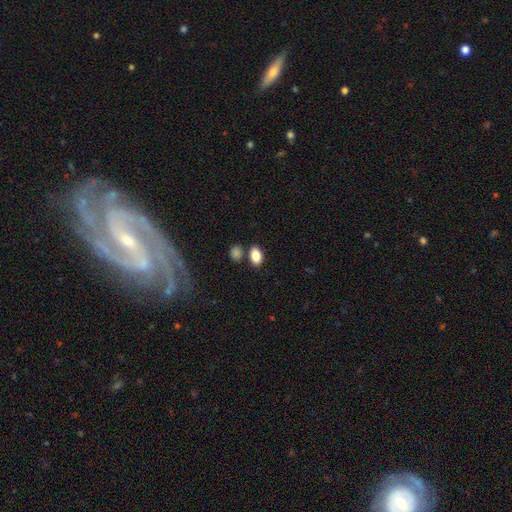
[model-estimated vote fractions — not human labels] This appears to be a smooth galaxy with no disk features (86%) that is in between round and cigar-shaped (89%). Merging: none (74%).